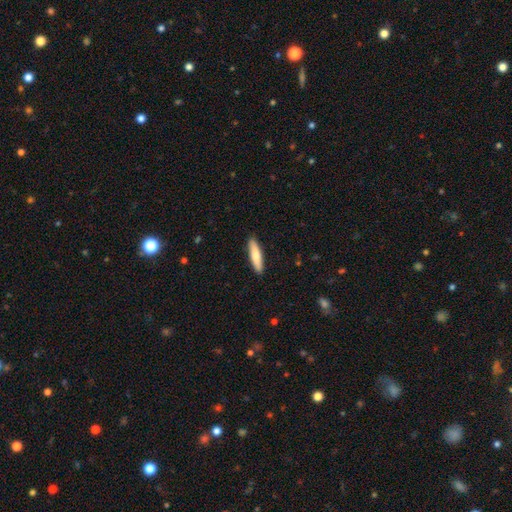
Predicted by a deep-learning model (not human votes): Q: Smooth or featured?
A: smooth (76%); runner-up: featured or disk (19%)
Q: How rounded?
A: cigar-shaped (82%); runner-up: in between (16%)
Q: Merging?
A: none (90%); runner-up: minor disturbance (8%)